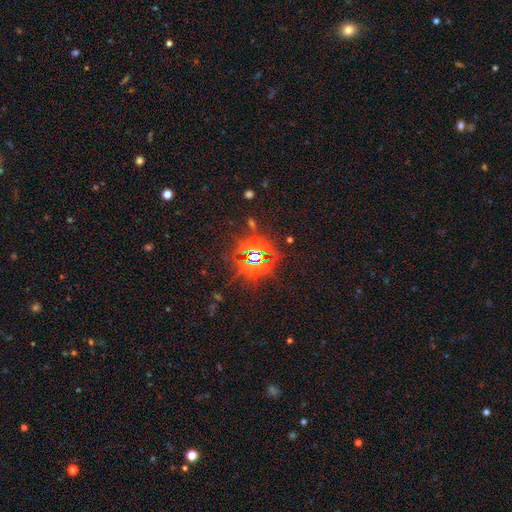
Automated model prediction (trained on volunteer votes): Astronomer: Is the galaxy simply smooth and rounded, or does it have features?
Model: star or artifact — 80%.